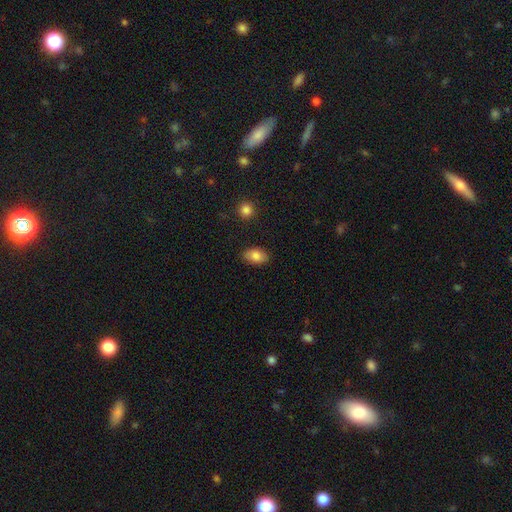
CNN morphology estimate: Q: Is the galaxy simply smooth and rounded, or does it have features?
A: smooth — 84%.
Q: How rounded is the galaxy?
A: in between — 87%.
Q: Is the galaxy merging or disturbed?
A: none — 83%.